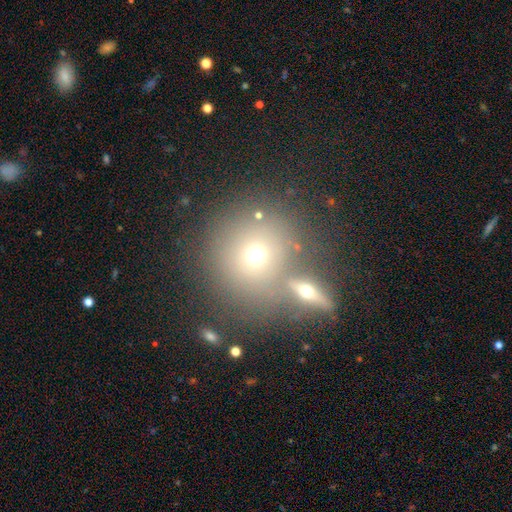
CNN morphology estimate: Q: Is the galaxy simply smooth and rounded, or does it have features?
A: smooth — 61%.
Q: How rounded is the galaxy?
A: round — 91%.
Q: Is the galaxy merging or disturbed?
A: none — 60%.